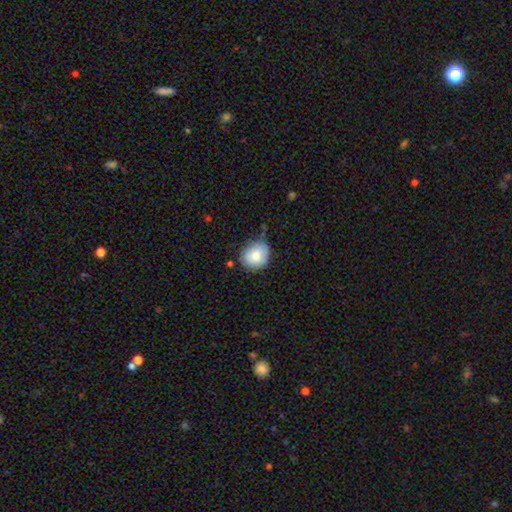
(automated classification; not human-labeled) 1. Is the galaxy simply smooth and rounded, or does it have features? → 82% smooth, 11% featured or disk, 8% star or artifact.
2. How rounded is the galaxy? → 72% round, 27% in between, 1% cigar-shaped.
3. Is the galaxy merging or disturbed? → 70% none, 23% minor disturbance, 4% major disturbance, 3% merger.